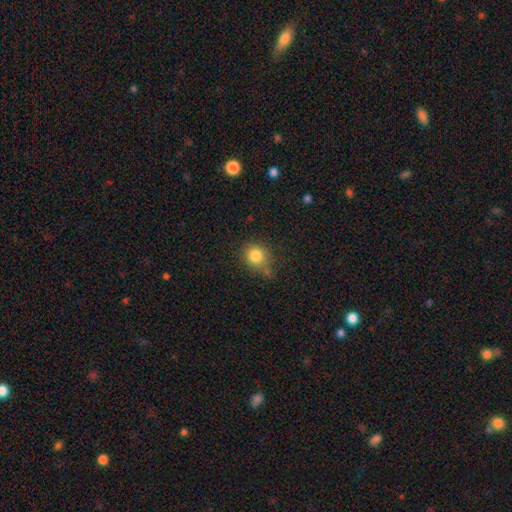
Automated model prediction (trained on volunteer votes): Smooth or featured: smooth — 82% (star or artifact — 11%)
How rounded: round — 80% (in between — 19%)
Merging: none — 66% (minor disturbance — 21%)